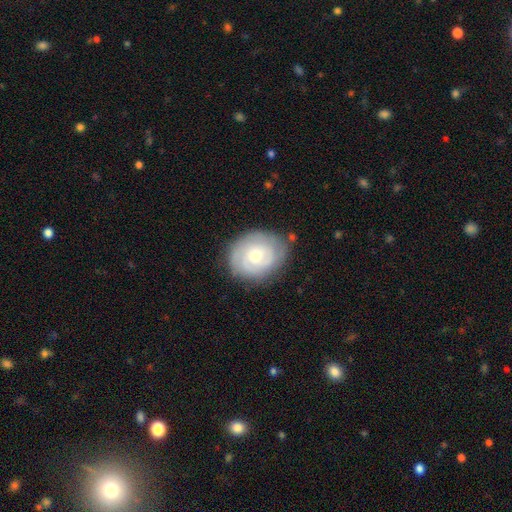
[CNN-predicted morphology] Smooth or featured? Predicted: featured or disk (p=0.60). Edge-on disk? Predicted: no (p=0.97). Bar? Predicted: no (p=0.76). Spiral arms? Predicted: yes (p=0.79). Bulge size? Predicted: moderate (p=0.50). Merging? Predicted: none (p=0.76).